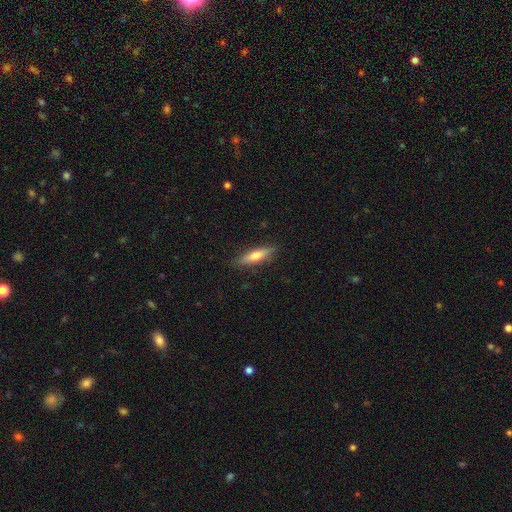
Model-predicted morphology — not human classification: Overall: smooth (61%; featured or disk 33%). How rounded: cigar-shaped (73%). Merging: none (86%).